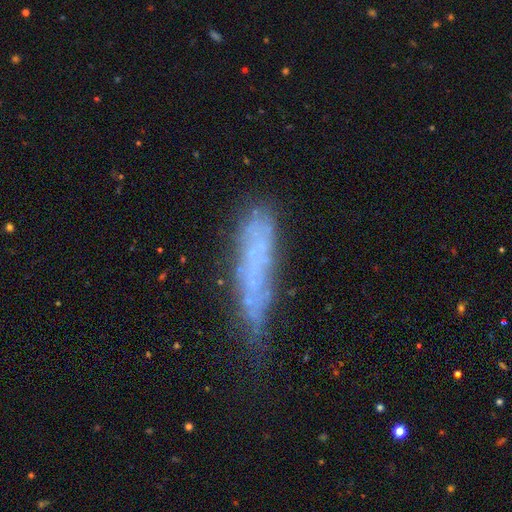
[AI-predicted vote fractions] Morphology: type=smooth (43%, tied with featured or disk); merging=none (48%).